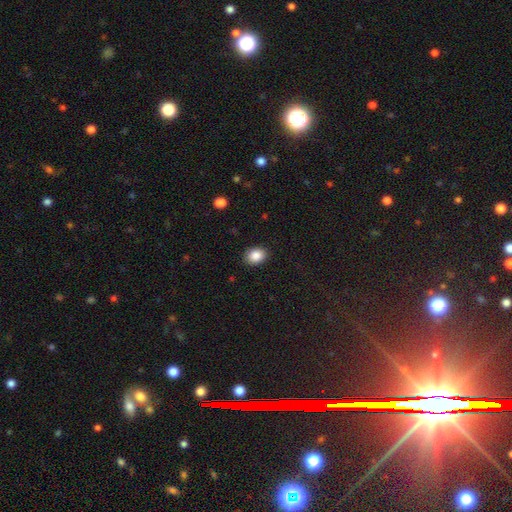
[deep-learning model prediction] This appears to be a smooth galaxy with no disk features (87%) that is in between round and cigar-shaped (65%). Merging: none (89%).